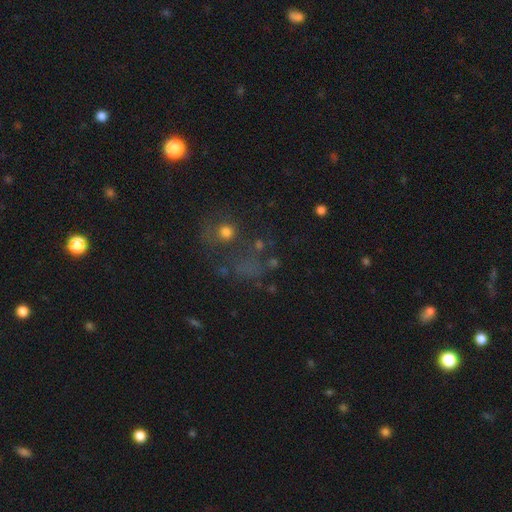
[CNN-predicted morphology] This appears to be a star or artifact, not a galaxy (44%).